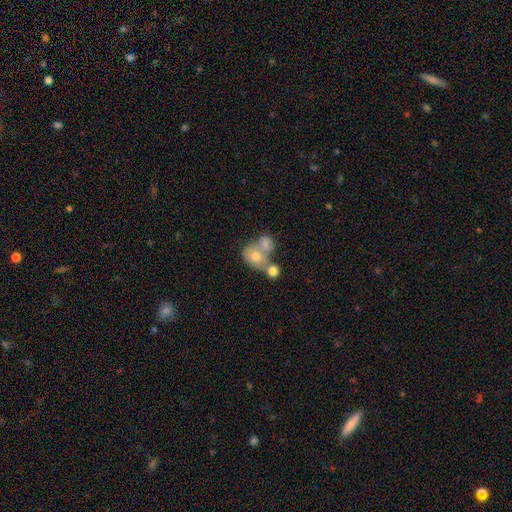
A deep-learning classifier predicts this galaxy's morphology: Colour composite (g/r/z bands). It shows a smooth galaxy with no disk features (67%) that is round (59%). Merging: merger (64%).